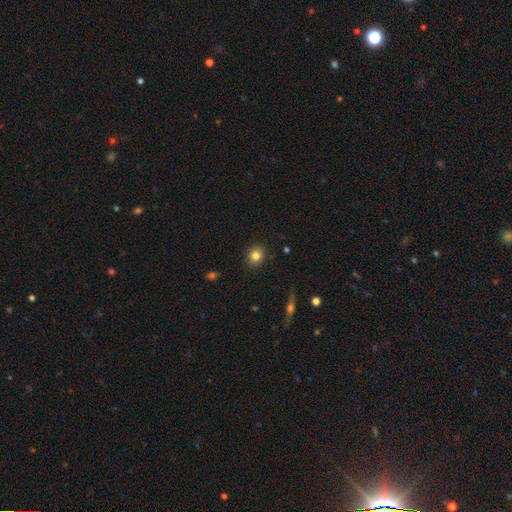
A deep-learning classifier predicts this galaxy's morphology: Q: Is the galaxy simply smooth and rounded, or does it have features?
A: smooth — 81%.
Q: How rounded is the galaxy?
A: round — 81%.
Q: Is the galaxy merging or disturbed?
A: none — 90%.